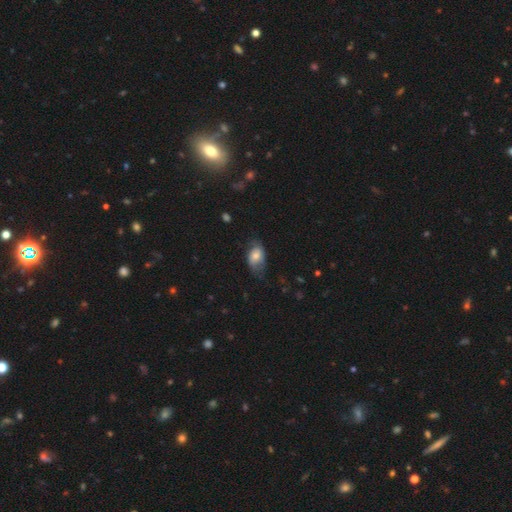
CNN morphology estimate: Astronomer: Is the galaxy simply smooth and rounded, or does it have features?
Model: smooth — 62%.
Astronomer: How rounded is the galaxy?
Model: in between — 86%.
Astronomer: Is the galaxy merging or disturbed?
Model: none — 51% (runner-up: minor disturbance, 32%).